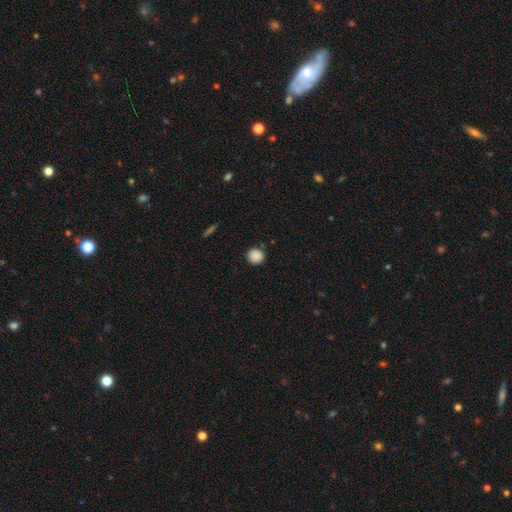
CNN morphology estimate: Smooth or featured? smooth (88%)
How rounded? round (92%)
Merging? none (88%)